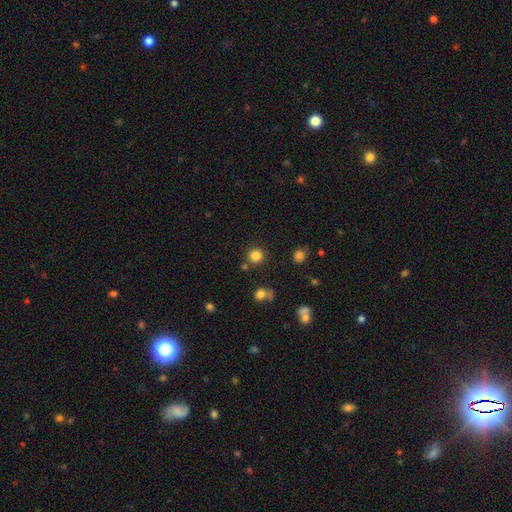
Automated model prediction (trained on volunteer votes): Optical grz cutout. It shows a smooth galaxy with no disk features (83%) that is round (92%). Merging: none (83%).